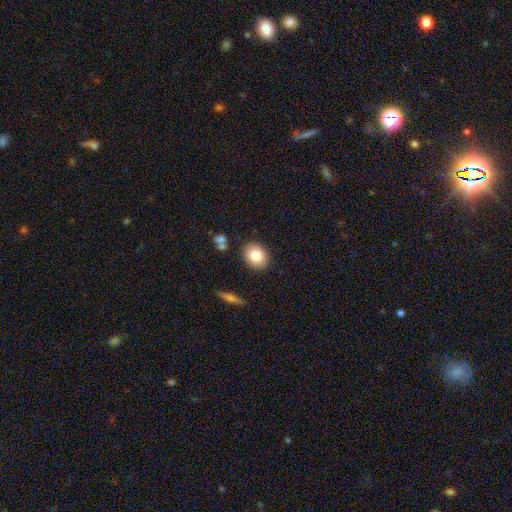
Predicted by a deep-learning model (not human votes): A smooth galaxy with no disk features (80%) that is round (53%).

Vote fractions:
- Smooth or featured? smooth: 80% / featured or disk: 11% / star or artifact: 9%
- How rounded? round: 53% / in between: 46% / cigar-shaped: 1%
- Merging? none: 85% / minor disturbance: 9% / merger: 3% / major disturbance: 2%